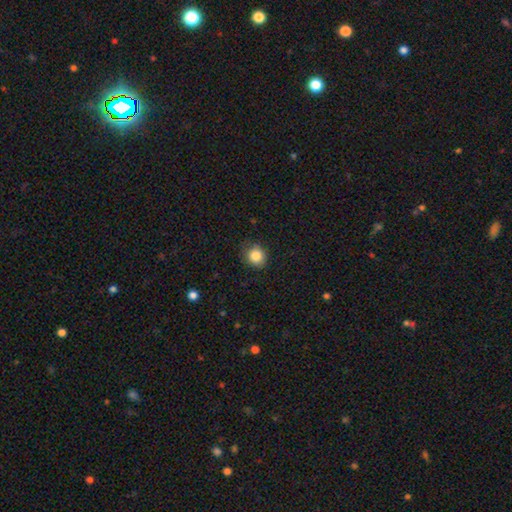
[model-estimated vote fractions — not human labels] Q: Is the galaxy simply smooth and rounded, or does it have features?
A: smooth — 85%.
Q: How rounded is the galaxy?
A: round — 79%.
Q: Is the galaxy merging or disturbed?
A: none — 82%.